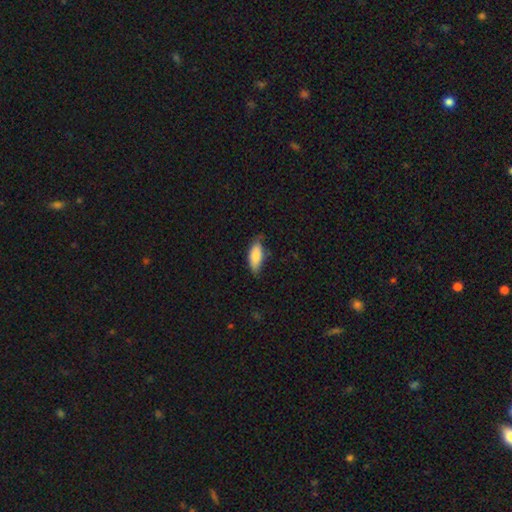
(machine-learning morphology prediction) This is clearly a smooth galaxy (82%). How rounded: clearly in between (80%). Merging: possibly none (58%).